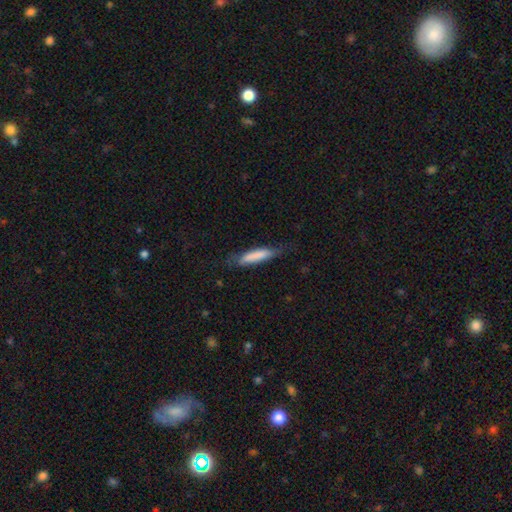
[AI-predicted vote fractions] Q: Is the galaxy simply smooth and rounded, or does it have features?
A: smooth — 74%.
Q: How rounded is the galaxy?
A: cigar-shaped — 81%.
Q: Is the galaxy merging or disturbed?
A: none — 63%.